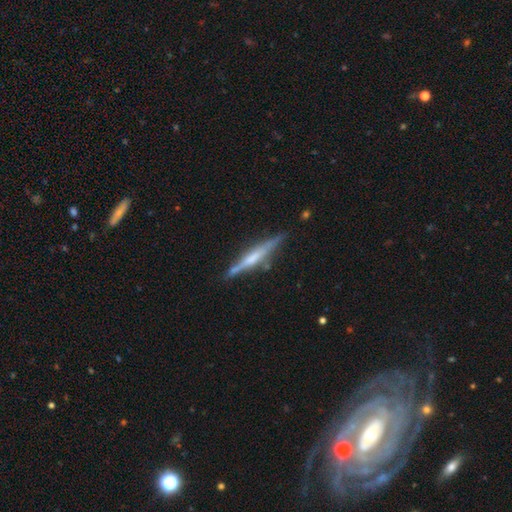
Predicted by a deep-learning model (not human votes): A featured or disk galaxy (72%) viewed edge-on (97%) with a rounded central bulge (53%).

Vote fractions:
- Smooth or featured? featured or disk: 72% / smooth: 22% / star or artifact: 6%
- Edge-on disk? yes: 97% / no: 3%
- Edge-on bulge? rounded: 53% / none: 26% / boxy: 21%
- Merging? none: 82% / minor disturbance: 13% / merger: 3% / major disturbance: 3%